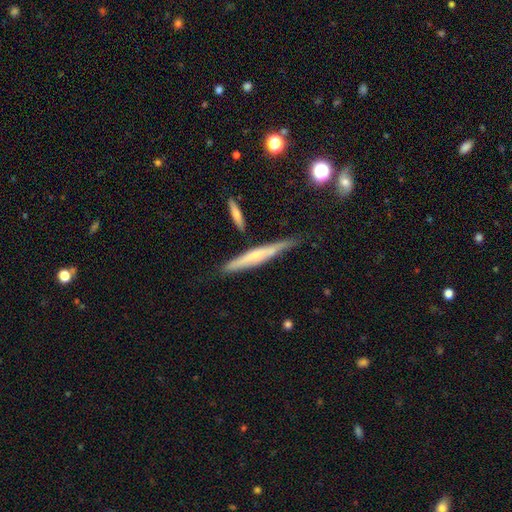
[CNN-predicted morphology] smooth-or-featured: featured or disk: 55% | smooth: 38% | star or artifact: 7%
  disk-edge-on: yes: 93% | no: 7%
    edge-on-bulge: rounded: 50% | none: 39% | boxy: 12%
  merging: none: 68% | minor disturbance: 21% | merger: 7% | major disturbance: 4%